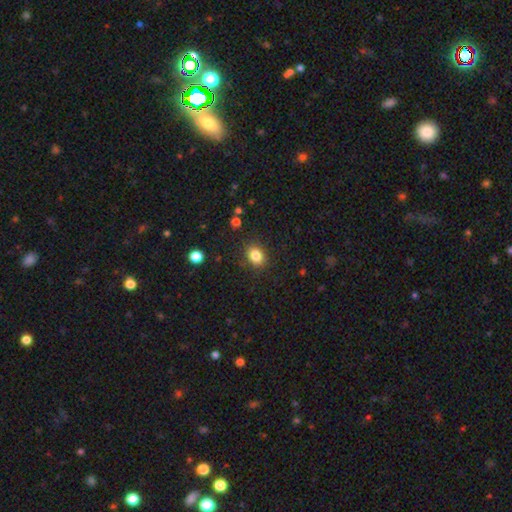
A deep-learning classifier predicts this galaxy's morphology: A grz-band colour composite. It shows a smooth galaxy with no disk features (84%) that is in between round and cigar-shaped (54%). Merging: none (85%).